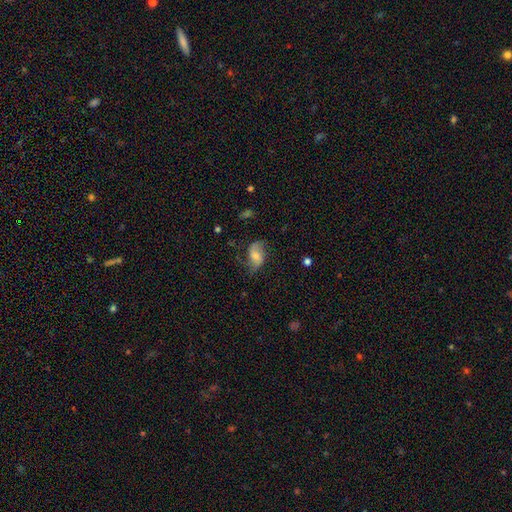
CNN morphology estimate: Smooth or featured: featured or disk — 54% (smooth — 37%)
Edge-on disk: no — 96% (yes — 4%)
Bar: no — 53% (weak — 37%)
Spiral arms: yes — 87% (no — 13%)
Bulge size: moderate — 51% (small — 33%)
Merging: none — 60% (minor disturbance — 25%)